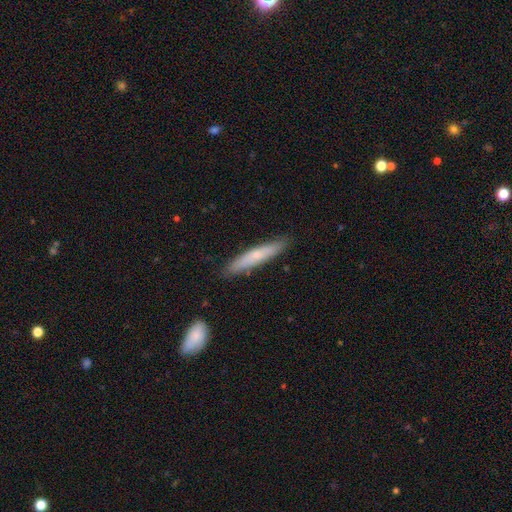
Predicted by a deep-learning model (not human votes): Smooth or featured? Predicted: smooth (p=0.62). How rounded? Predicted: cigar-shaped (p=0.92). Merging? Predicted: none (p=0.87).